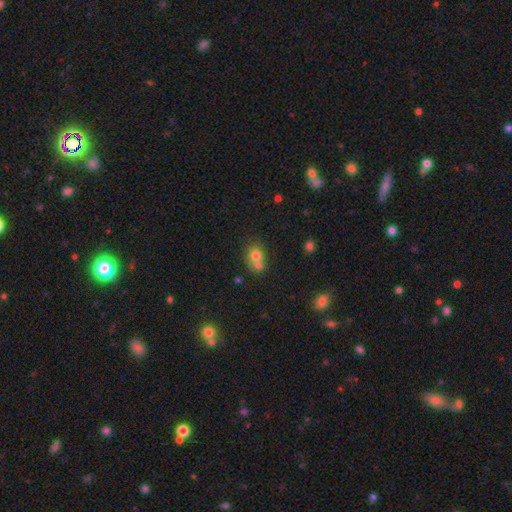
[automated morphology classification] A smooth galaxy with no disk features (73%) that is round (63%).

Vote fractions:
- Smooth or featured? smooth: 73% / featured or disk: 15% / star or artifact: 11%
- How rounded? round: 63% / in between: 36% / cigar-shaped: 1%
- Merging? merger: 50% / none: 36% / minor disturbance: 10% / major disturbance: 4%